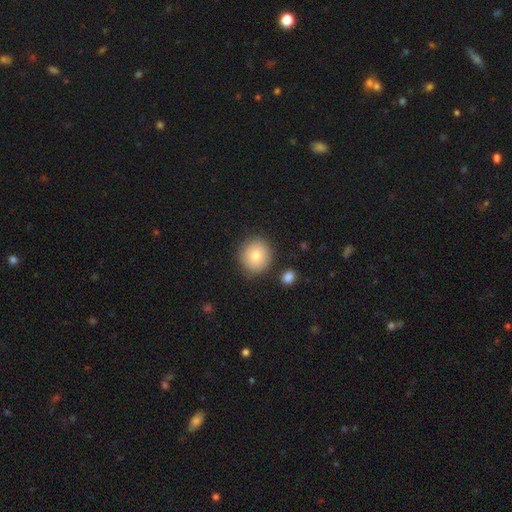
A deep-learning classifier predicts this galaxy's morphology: Overall: smooth (79%). How rounded: round (90%). Merging: none (84%).